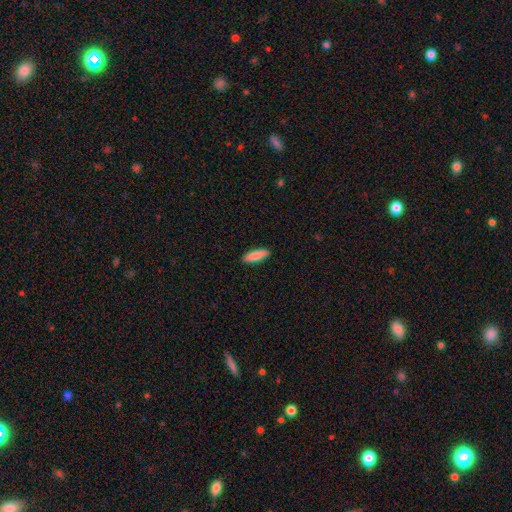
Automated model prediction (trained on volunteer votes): Overall: smooth (87%). How rounded: in between (56%; cigar-shaped 42%). Merging: none (89%).